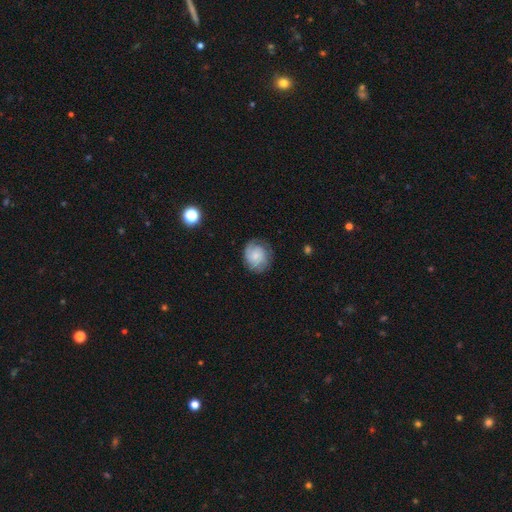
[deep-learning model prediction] Smooth or featured? smooth (49%)
Merging? none (72%)